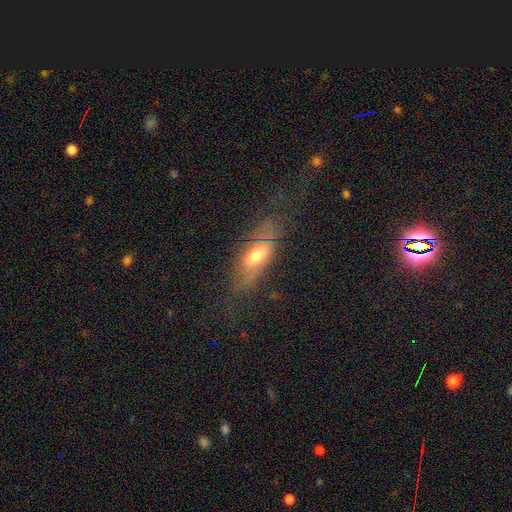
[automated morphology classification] Smooth or featured?
  - smooth: 52% *
  - featured or disk: 38%
  - star or artifact: 10%
How rounded?
  - in between: 70% *
  - cigar-shaped: 25%
  - round: 5%
Merging?
  - none: 51% *
  - minor disturbance: 24%
  - major disturbance: 23%
  - merger: 2%